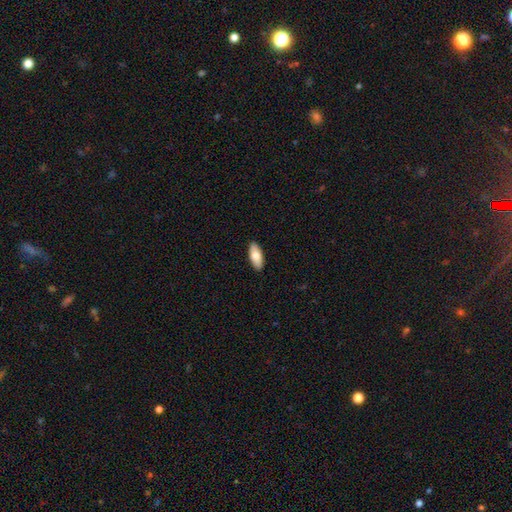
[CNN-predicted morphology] A smooth galaxy with no disk features (79%) that is in between round and cigar-shaped (82%).

Vote fractions:
- Smooth or featured? smooth: 79% / featured or disk: 15% / star or artifact: 6%
- How rounded? in between: 82% / cigar-shaped: 16% / round: 2%
- Merging? none: 90% / minor disturbance: 7% / major disturbance: 2% / merger: 1%